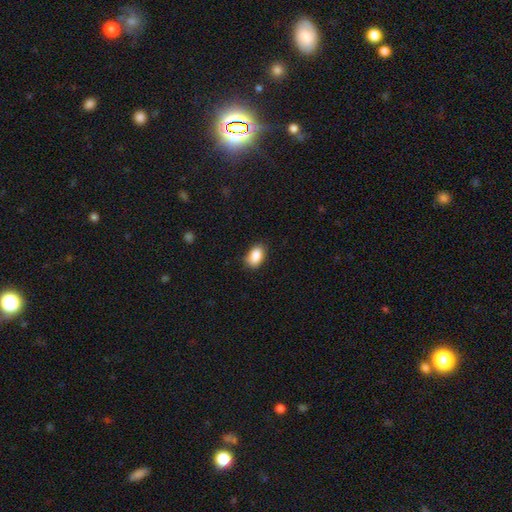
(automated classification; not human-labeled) Smooth or featured? Predicted: smooth (p=0.88). How rounded? Predicted: in between (p=0.89). Merging? Predicted: none (p=0.83).